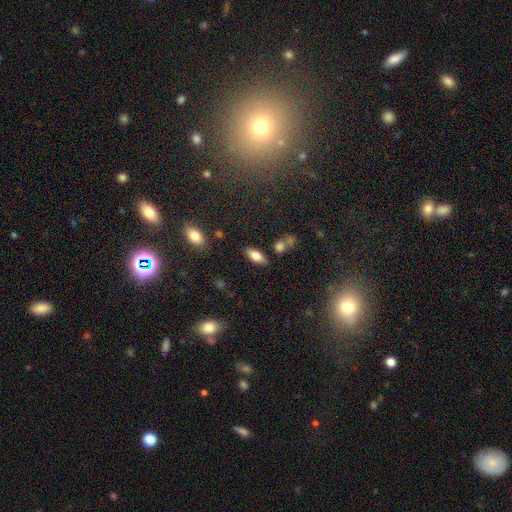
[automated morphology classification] Smooth or featured?
  - smooth: 76% *
  - featured or disk: 16%
  - star or artifact: 8%
How rounded?
  - in between: 80% *
  - cigar-shaped: 18%
  - round: 3%
Merging?
  - none: 81% *
  - minor disturbance: 11%
  - merger: 5%
  - major disturbance: 3%